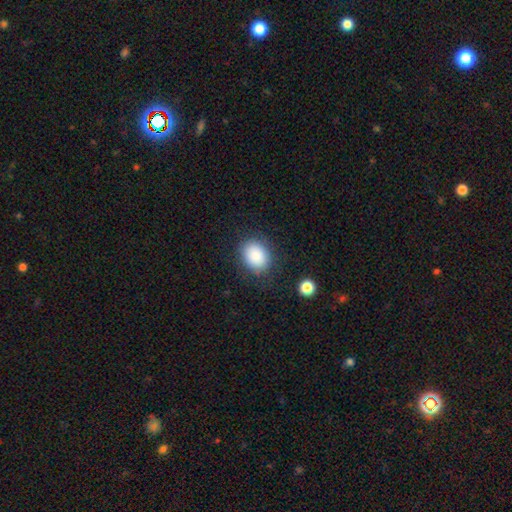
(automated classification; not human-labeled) The model was most divided on "how rounded": round: 50%, in between: 49%, cigar-shaped: 1%. More confident: smooth or featured — smooth (87%); merging — none (82%).